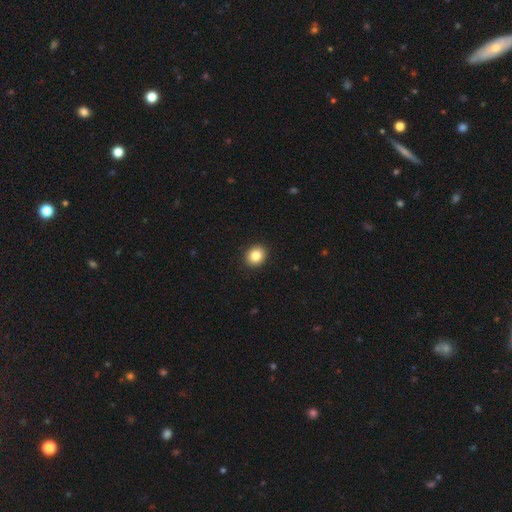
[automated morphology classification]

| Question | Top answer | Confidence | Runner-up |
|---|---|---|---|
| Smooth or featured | smooth | 84% | star or artifact (9%) |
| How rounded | round | 73% | in between (26%) |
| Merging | none | 92% | minor disturbance (5%) |